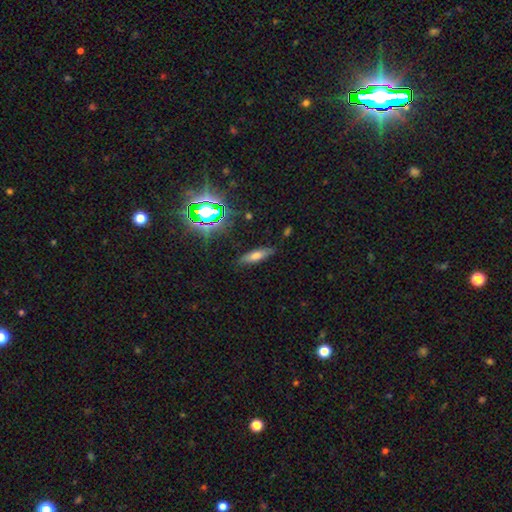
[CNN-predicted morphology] Overall: smooth (60%; featured or disk 24%). How rounded: cigar-shaped (59%; in between 38%). Merging: none (83%).